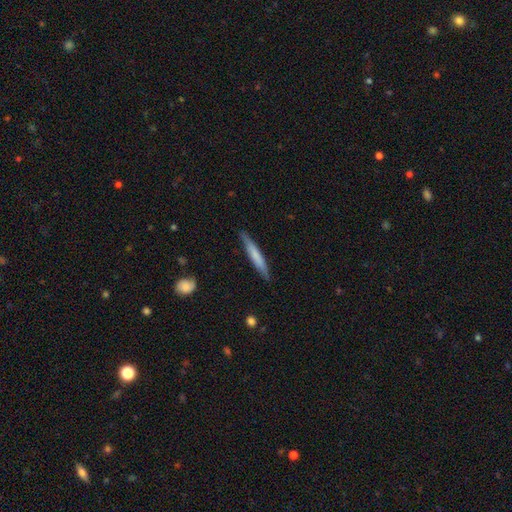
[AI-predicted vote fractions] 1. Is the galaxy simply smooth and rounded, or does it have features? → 62% smooth, 32% featured or disk, 5% star or artifact.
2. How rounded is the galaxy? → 95% cigar-shaped, 4% in between, 1% round.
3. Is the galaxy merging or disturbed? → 86% none, 11% minor disturbance, 2% major disturbance, 1% merger.